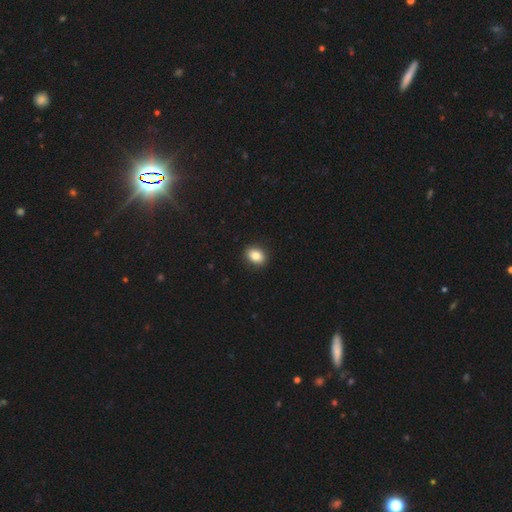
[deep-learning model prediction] Smooth or featured?
  - smooth: 84% *
  - star or artifact: 9%
  - featured or disk: 6%
How rounded?
  - in between: 61% *
  - round: 38%
  - cigar-shaped: 1%
Merging?
  - none: 91% *
  - minor disturbance: 7%
  - major disturbance: 2%
  - merger: 1%